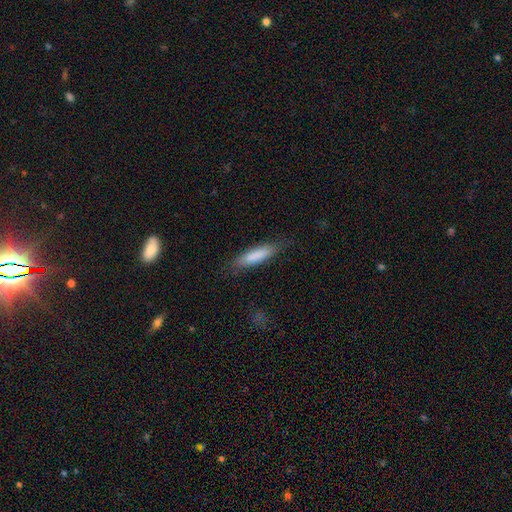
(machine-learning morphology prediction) Smooth or featured?
  - smooth: 83% *
  - featured or disk: 11%
  - star or artifact: 6%
How rounded?
  - cigar-shaped: 69% *
  - in between: 29%
  - round: 1%
Merging?
  - none: 81% *
  - minor disturbance: 14%
  - major disturbance: 4%
  - merger: 1%